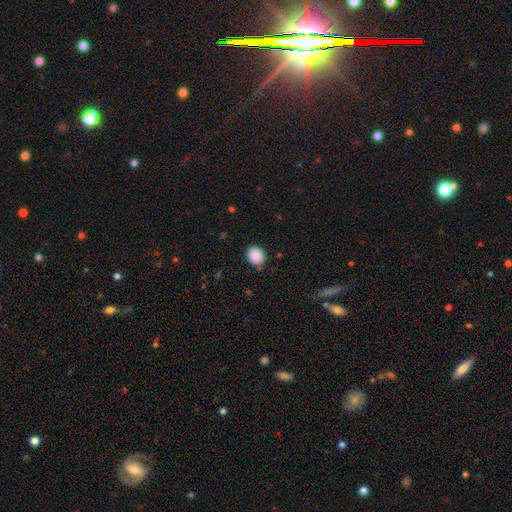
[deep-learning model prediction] This is clearly a smooth galaxy (89%). How rounded: likely round (67%). Merging: clearly none (84%).